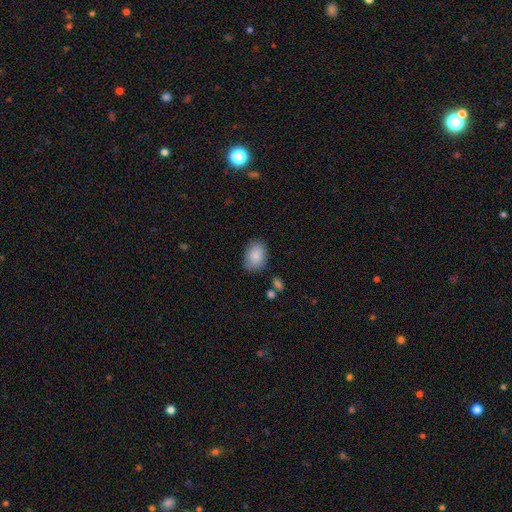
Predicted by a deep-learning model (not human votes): Q: Smooth or featured?
A: smooth (87%); runner-up: star or artifact (7%)
Q: How rounded?
A: in between (79%); runner-up: round (20%)
Q: Merging?
A: none (78%); runner-up: minor disturbance (16%)